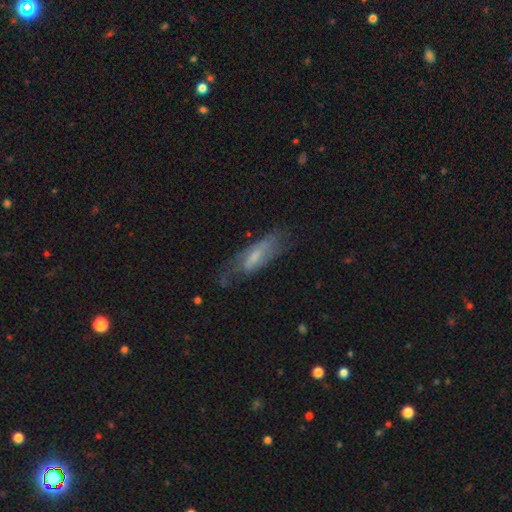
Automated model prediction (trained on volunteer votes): Smooth or featured? Predicted: featured or disk (p=0.49). Merging? Predicted: none (p=0.57).